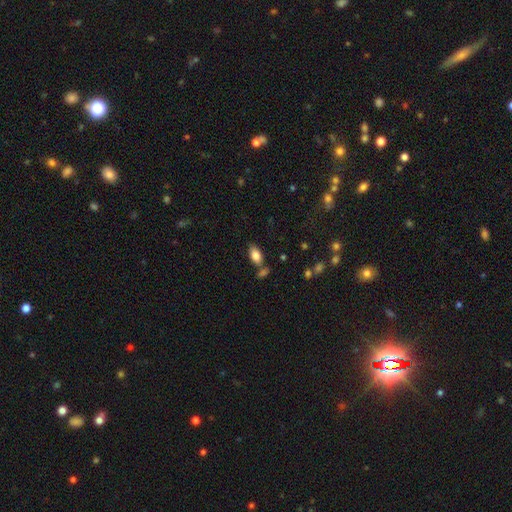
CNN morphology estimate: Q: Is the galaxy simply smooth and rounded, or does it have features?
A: smooth — 81%.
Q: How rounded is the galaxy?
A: in between — 91%.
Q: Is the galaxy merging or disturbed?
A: none — 68%.